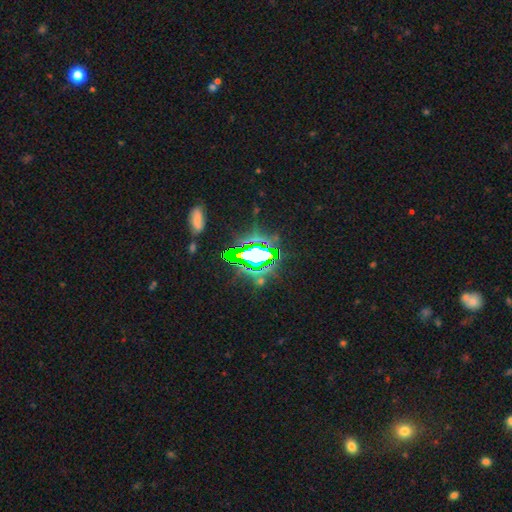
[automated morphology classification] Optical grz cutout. It shows a star or artifact, not a galaxy (73%).